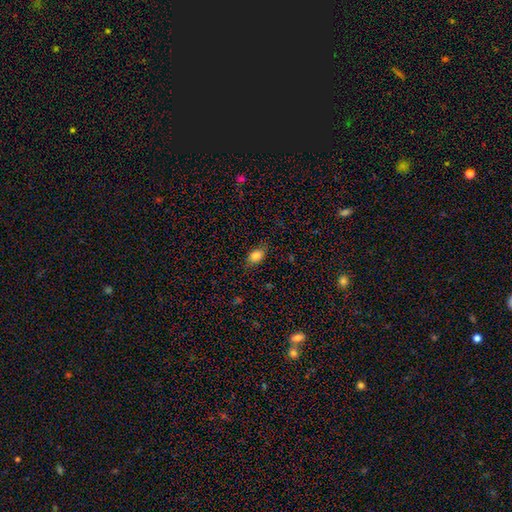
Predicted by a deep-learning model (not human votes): A smooth galaxy with no disk features (85%) that is in between round and cigar-shaped (84%).

Vote fractions:
- Smooth or featured? smooth: 85% / star or artifact: 9% / featured or disk: 6%
- How rounded? in between: 84% / round: 13% / cigar-shaped: 2%
- Merging? none: 78% / minor disturbance: 17% / major disturbance: 5% / merger: 1%